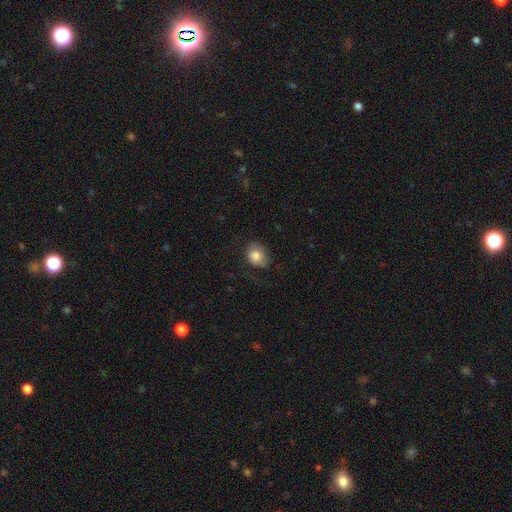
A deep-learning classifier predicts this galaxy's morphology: smooth_or_featured: smooth (p=0.80) [alt: featured or disk p=0.12]
how_rounded: round (p=0.55) [alt: in between p=0.44]
merging: none (p=0.62) [alt: minor disturbance p=0.23]